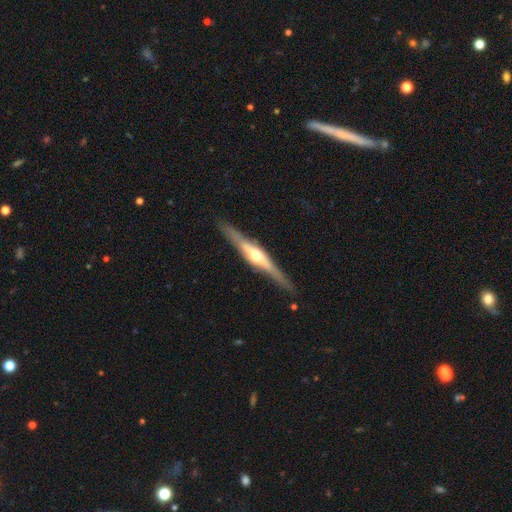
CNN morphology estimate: A featured or disk galaxy (78%) viewed edge-on (97%) with a rounded central bulge (88%). Merging: none (87%).